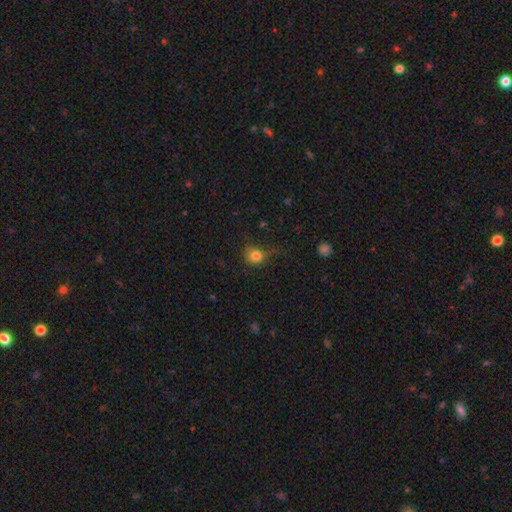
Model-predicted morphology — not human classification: This appears to be a smooth galaxy with no disk features (80%) that is round (78%). Merging: none (58%).